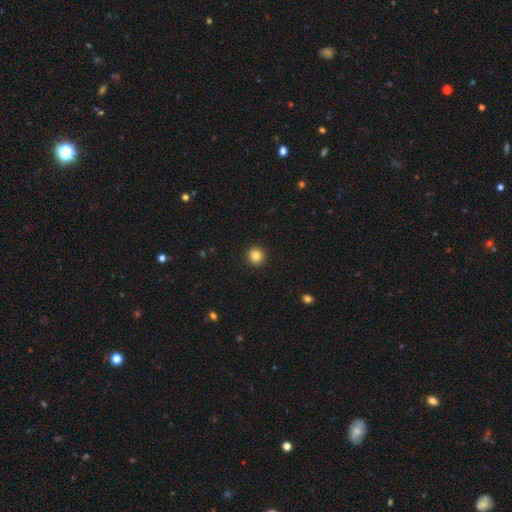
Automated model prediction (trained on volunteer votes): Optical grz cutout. It shows a smooth galaxy with no disk features (85%) that is round (93%). Merging: none (93%).